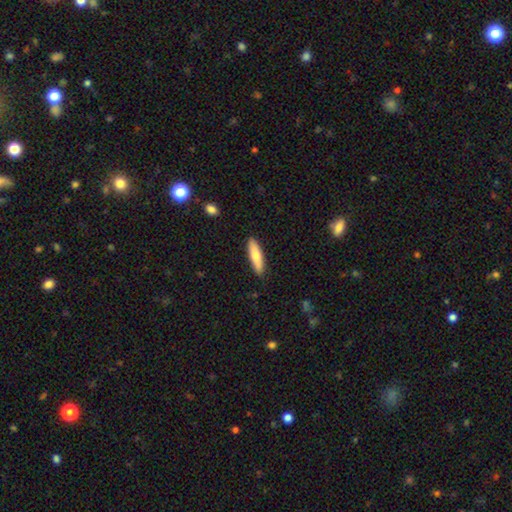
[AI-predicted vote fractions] Smooth or featured? smooth (74%)
How rounded? cigar-shaped (73%)
Merging? none (89%)